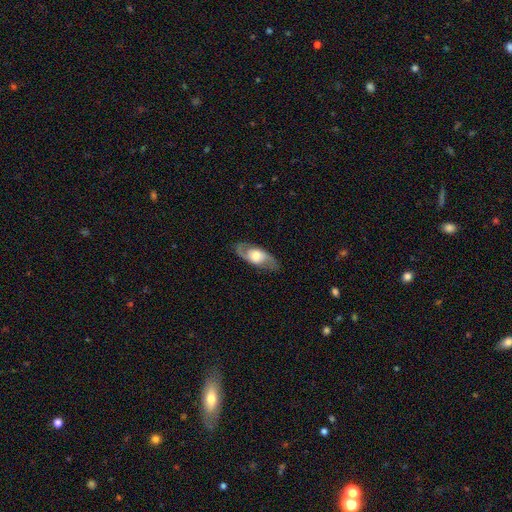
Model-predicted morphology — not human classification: featured or disk 71%, smooth 23%, star or artifact 6%. Down the decision tree: edge-on disk — no (87%); bar — no (62%); spiral arms — yes (83%); spiral arm count — 2 (87%); spiral winding — medium (49%); bulge size — moderate (51%); merging — none (82%).